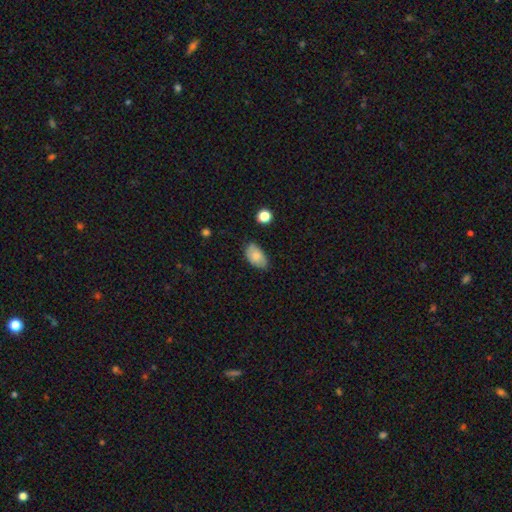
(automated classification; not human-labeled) Q: Smooth or featured?
A: smooth (81%); runner-up: featured or disk (12%)
Q: How rounded?
A: in between (93%); runner-up: round (6%)
Q: Merging?
A: none (68%); runner-up: minor disturbance (26%)